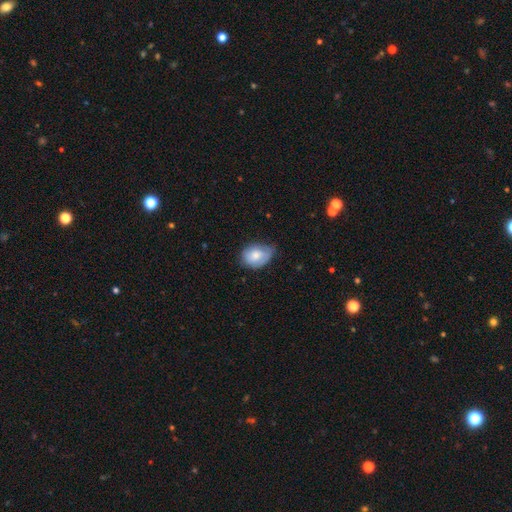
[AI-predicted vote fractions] Smooth or featured? smooth (72%)
How rounded? in between (71%)
Merging? none (48%)